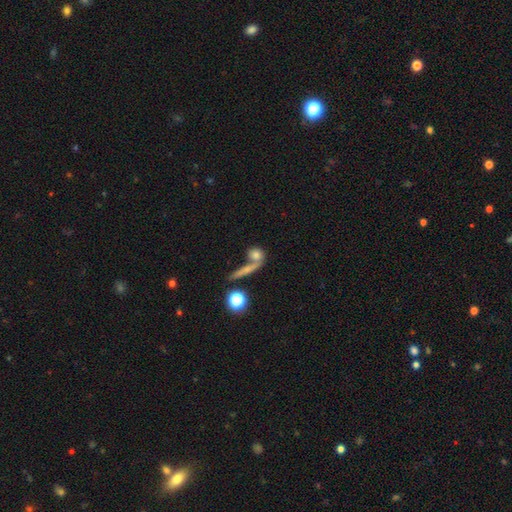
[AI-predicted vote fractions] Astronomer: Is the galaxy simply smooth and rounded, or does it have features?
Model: smooth — 67%.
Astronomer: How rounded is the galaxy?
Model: round — 60%.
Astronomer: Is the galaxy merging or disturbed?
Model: none — 48% (runner-up: merger, 36%).